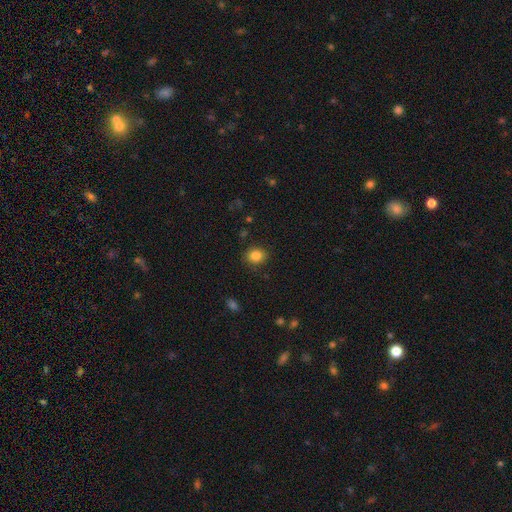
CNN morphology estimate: This appears to be a smooth galaxy with no disk features (84%) that is round (69%). Merging: none (87%).